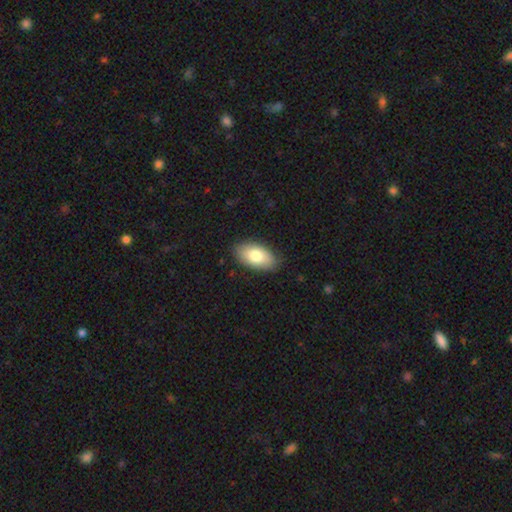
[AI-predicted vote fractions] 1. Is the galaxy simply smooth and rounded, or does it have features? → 79% smooth, 15% featured or disk, 6% star or artifact.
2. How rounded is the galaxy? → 94% in between, 4% round, 2% cigar-shaped.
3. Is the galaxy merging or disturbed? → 84% none, 13% minor disturbance, 2% major disturbance, 1% merger.